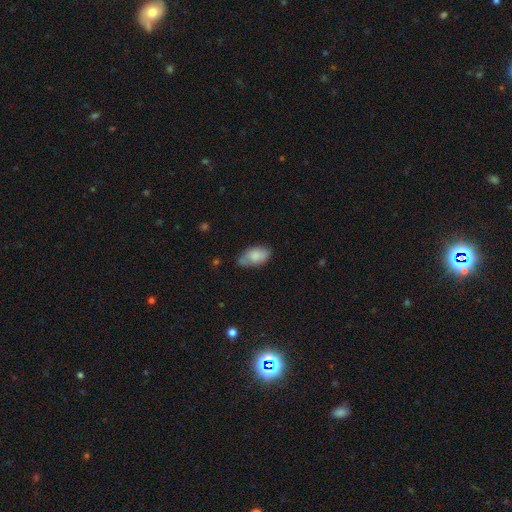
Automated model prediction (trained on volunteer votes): A smooth galaxy with no disk features (79%) that is in between round and cigar-shaped (93%).

Vote fractions:
- Smooth or featured? smooth: 79% / featured or disk: 14% / star or artifact: 7%
- How rounded? in between: 93% / round: 4% / cigar-shaped: 3%
- Merging? none: 58% / minor disturbance: 31% / major disturbance: 7% / merger: 4%